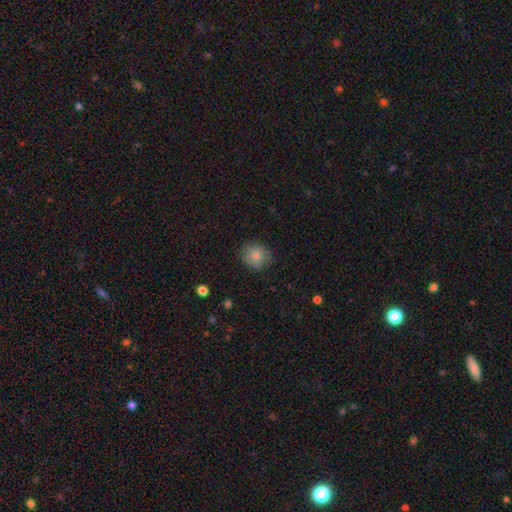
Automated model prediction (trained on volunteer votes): This appears to be a smooth galaxy with no disk features (78%) that is round (84%). Merging: none (77%).